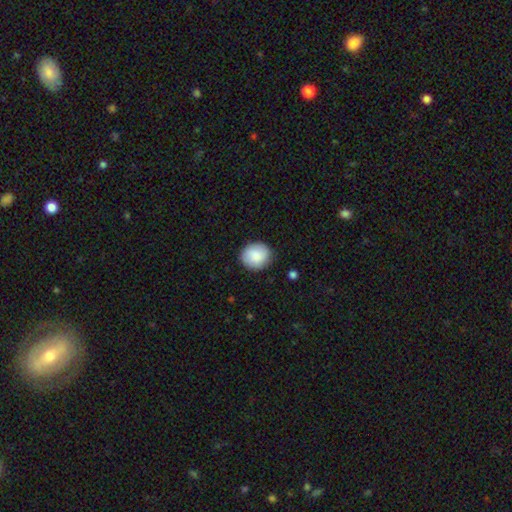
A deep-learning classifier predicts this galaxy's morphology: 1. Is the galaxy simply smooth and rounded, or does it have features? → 87% smooth, 6% star or artifact, 6% featured or disk.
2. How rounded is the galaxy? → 78% round, 21% in between, 1% cigar-shaped.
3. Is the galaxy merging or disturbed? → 87% none, 9% minor disturbance, 2% major disturbance, 1% merger.